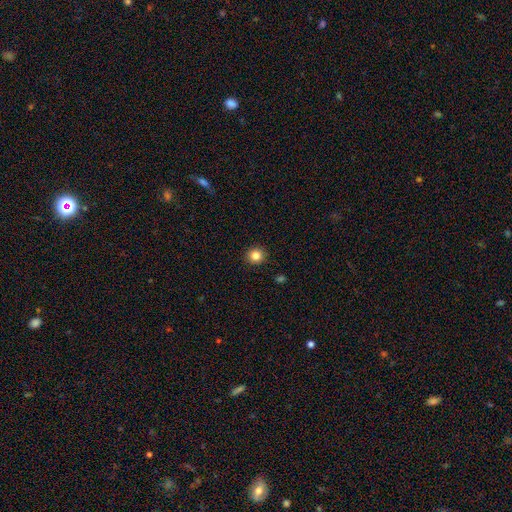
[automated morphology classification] Smooth or featured? smooth (83%)
How rounded? round (89%)
Merging? none (92%)